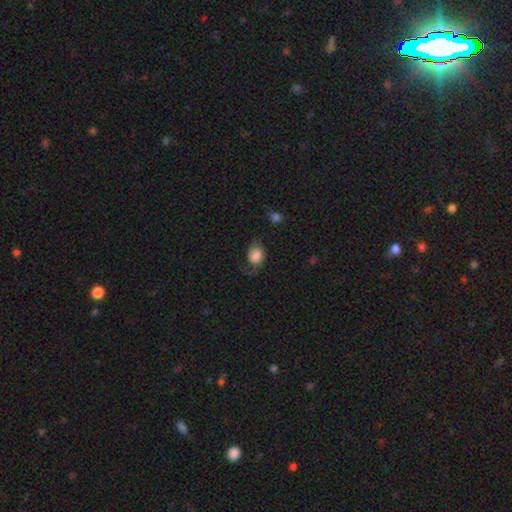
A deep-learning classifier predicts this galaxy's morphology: Smooth or featured: smooth — 58% (featured or disk — 33%)
How rounded: in between — 60% (round — 39%)
Merging: none — 44% (minor disturbance — 28%)